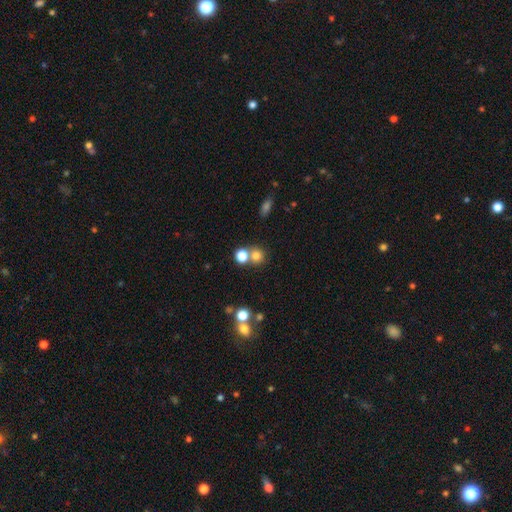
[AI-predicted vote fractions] Morphology: type=smooth (75%); roundness=round (85%); merging=none (56%).